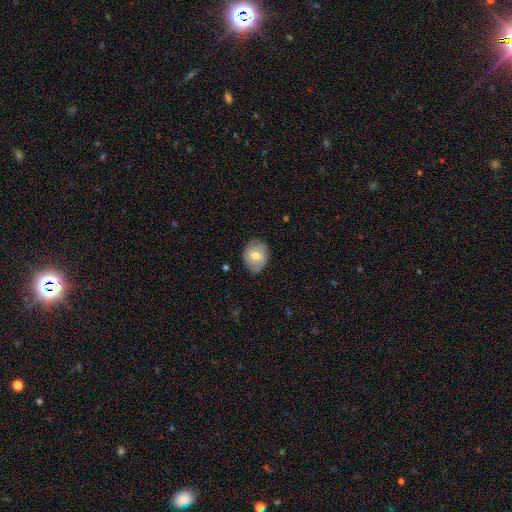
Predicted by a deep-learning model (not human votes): A smooth galaxy with no disk features (64%) that is in between round and cigar-shaped (53%).

Vote fractions:
- Smooth or featured? smooth: 64% / featured or disk: 29% / star or artifact: 7%
- How rounded? in between: 53% / round: 46% / cigar-shaped: 1%
- Merging? none: 79% / minor disturbance: 17% / major disturbance: 4% / merger: 1%